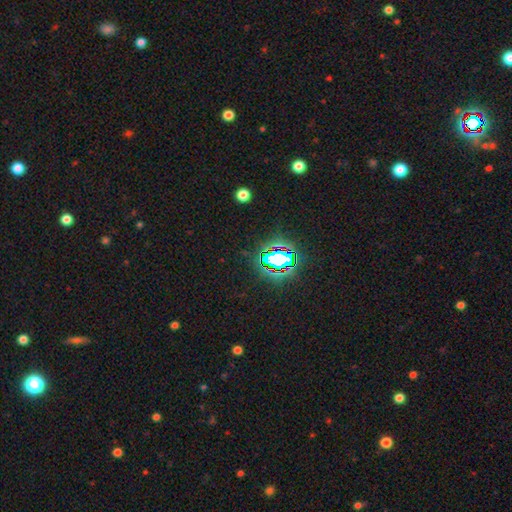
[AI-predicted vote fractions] This is clearly a star or artifact rather than a galaxy (83%).